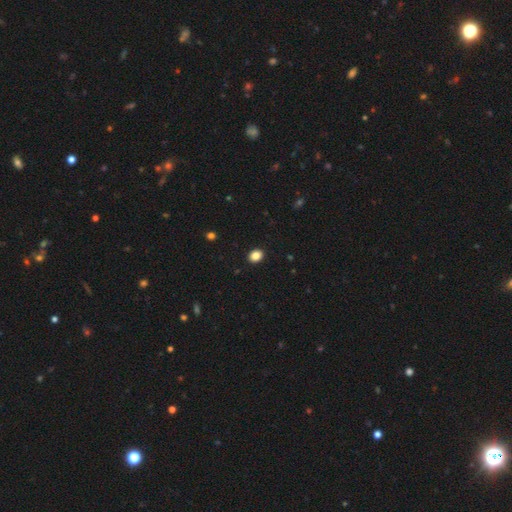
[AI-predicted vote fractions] This is clearly a smooth galaxy (86%). How rounded: possibly in between (52%). Merging: clearly none (91%).